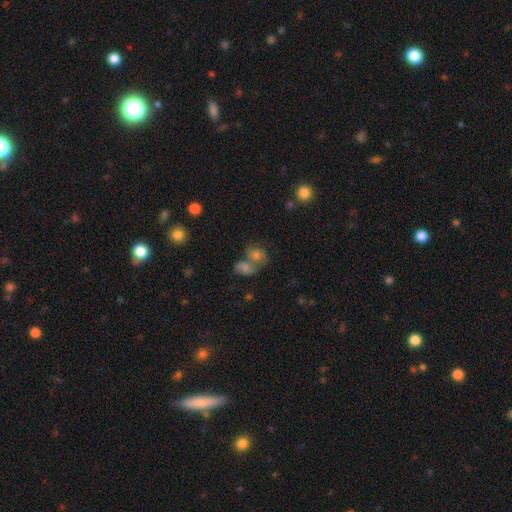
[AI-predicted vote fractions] This appears to be a smooth galaxy with no disk features (64%) that is round (52%). Merging: merger (51%).